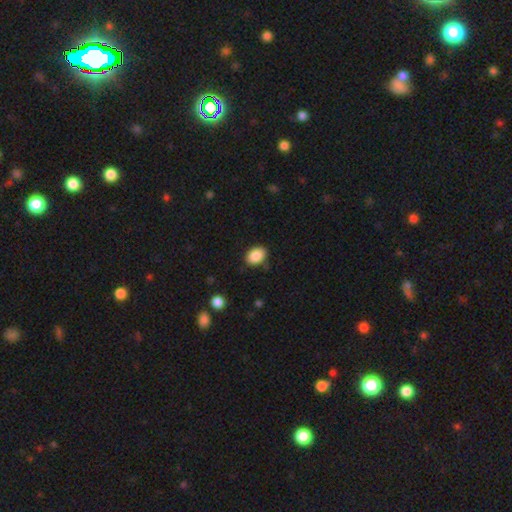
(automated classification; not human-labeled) Smooth or featured?
  - smooth: 88% *
  - star or artifact: 8%
  - featured or disk: 4%
How rounded?
  - in between: 77% *
  - round: 22%
  - cigar-shaped: 1%
Merging?
  - none: 83% *
  - minor disturbance: 13%
  - major disturbance: 3%
  - merger: 2%